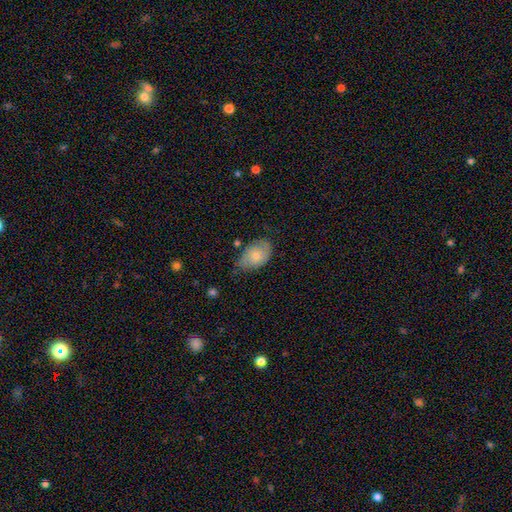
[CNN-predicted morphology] The model was most divided on "merging": none: 54%, minor disturbance: 35%, major disturbance: 8%, merger: 3%. More confident: how rounded — in between (86%); smooth or featured — smooth (64%).